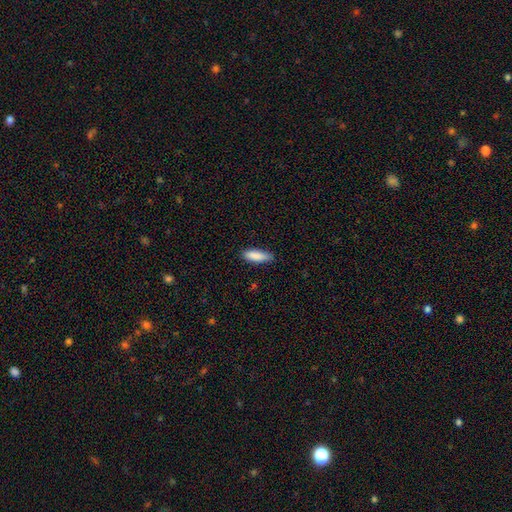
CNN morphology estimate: Smooth or featured? Predicted: smooth (p=0.88). How rounded? Predicted: in between (p=0.53). Merging? Predicted: none (p=0.79).